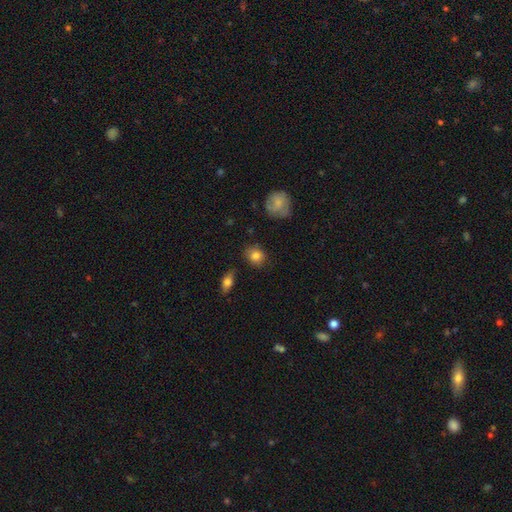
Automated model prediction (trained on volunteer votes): A smooth galaxy with no disk features (83%) that is round (69%). Merging: none (77%).